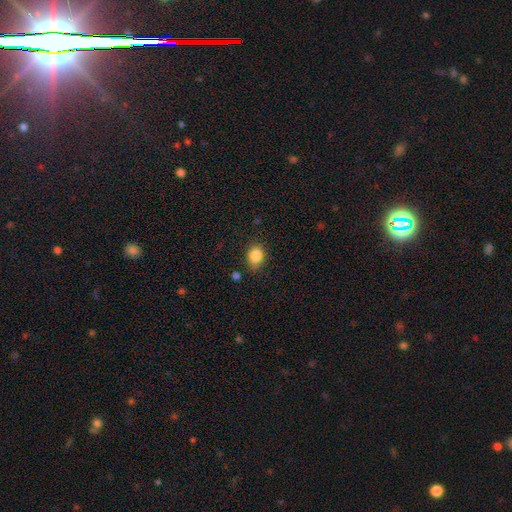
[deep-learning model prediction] Q: Smooth or featured?
A: smooth (86%); runner-up: star or artifact (9%)
Q: How rounded?
A: in between (55%); runner-up: round (44%)
Q: Merging?
A: none (78%); runner-up: minor disturbance (16%)